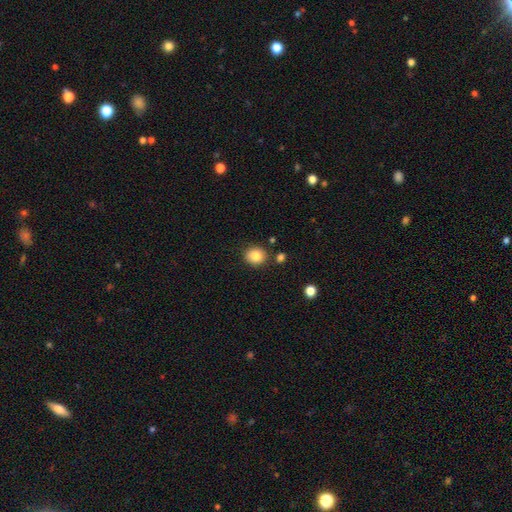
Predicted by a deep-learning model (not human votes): Q: Smooth or featured?
A: smooth (85%); runner-up: star or artifact (9%)
Q: How rounded?
A: round (80%); runner-up: in between (19%)
Q: Merging?
A: none (84%); runner-up: minor disturbance (9%)